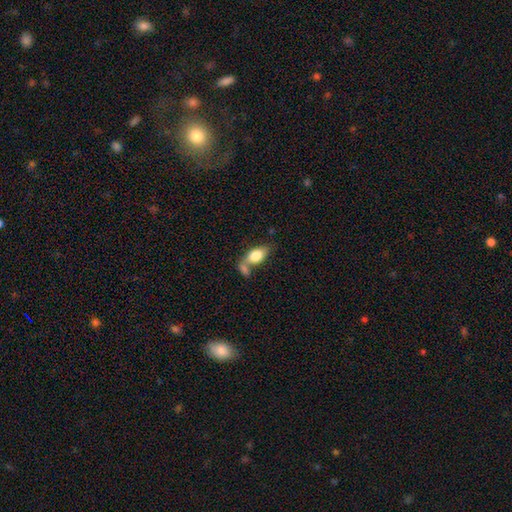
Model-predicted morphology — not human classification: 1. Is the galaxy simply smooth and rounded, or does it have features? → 76% smooth, 17% featured or disk, 7% star or artifact.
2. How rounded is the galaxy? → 86% in between, 9% round, 5% cigar-shaped.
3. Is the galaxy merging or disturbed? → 42% merger, 38% none, 13% minor disturbance, 7% major disturbance.